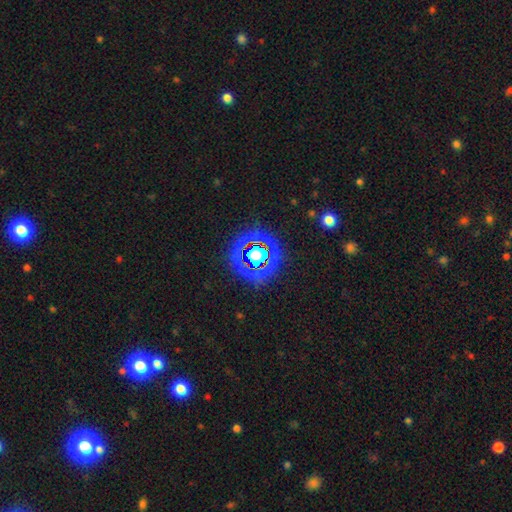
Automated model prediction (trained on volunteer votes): Overall: star or artifact (80%).